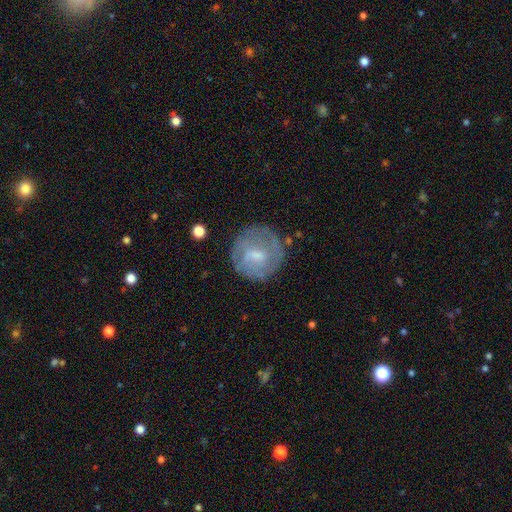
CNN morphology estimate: This is possibly a featured or disk galaxy (48%). Merging: likely none (74%).